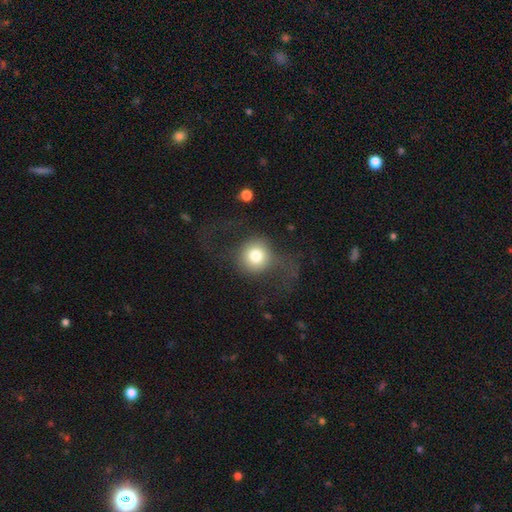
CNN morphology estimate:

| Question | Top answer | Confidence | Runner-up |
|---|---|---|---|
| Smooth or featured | smooth | 72% | featured or disk (18%) |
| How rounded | round | 91% | in between (8%) |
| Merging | none | 50% | major disturbance (32%) |